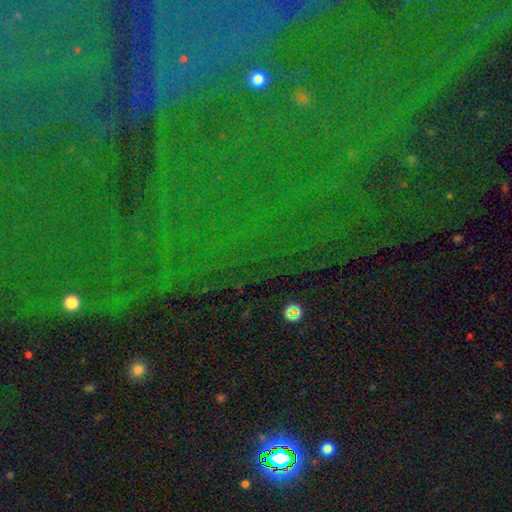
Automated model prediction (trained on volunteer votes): Overall: star or artifact (81%).